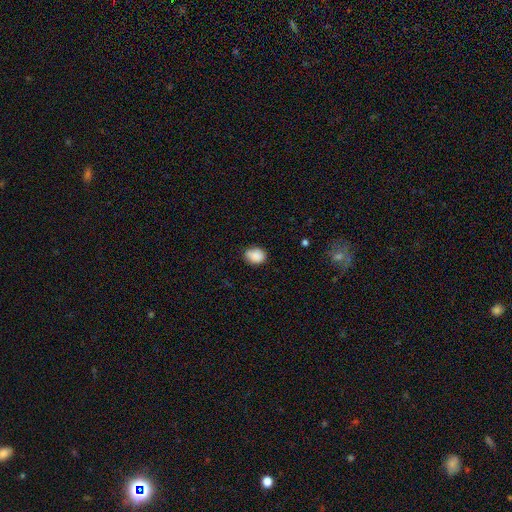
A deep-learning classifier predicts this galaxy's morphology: This appears to be a smooth galaxy with no disk features (87%) that is in between round and cigar-shaped (51%). Merging: none (76%).